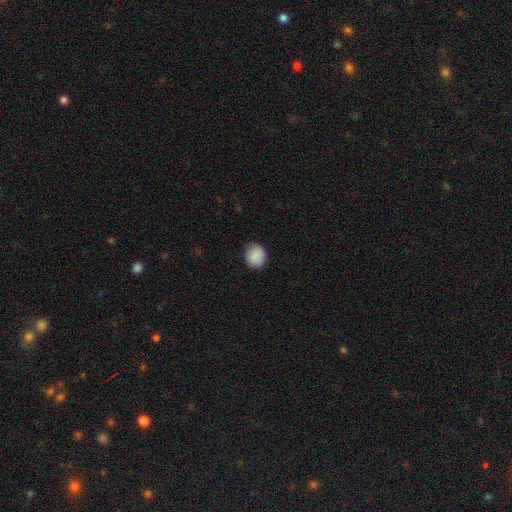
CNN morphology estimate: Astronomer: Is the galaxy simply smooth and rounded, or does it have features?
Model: smooth — 89%.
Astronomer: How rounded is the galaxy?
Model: round — 83%.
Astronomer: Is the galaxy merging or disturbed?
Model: none — 88%.